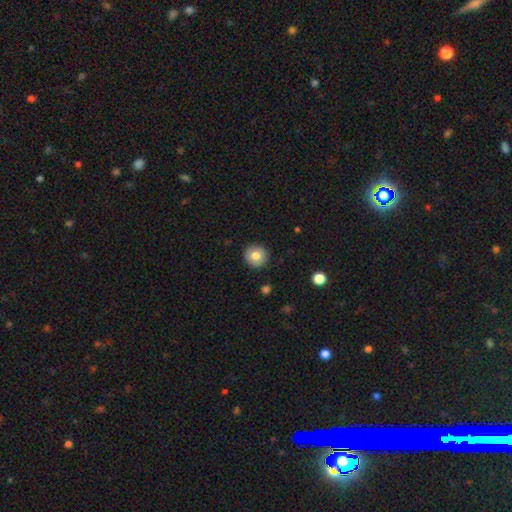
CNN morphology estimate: smooth-or-featured: smooth: 74% | featured or disk: 18% | star or artifact: 8%
  how-rounded: round: 93% | in between: 6% | cigar-shaped: 1%
  merging: none: 91% | minor disturbance: 6% | major disturbance: 2% | merger: 1%